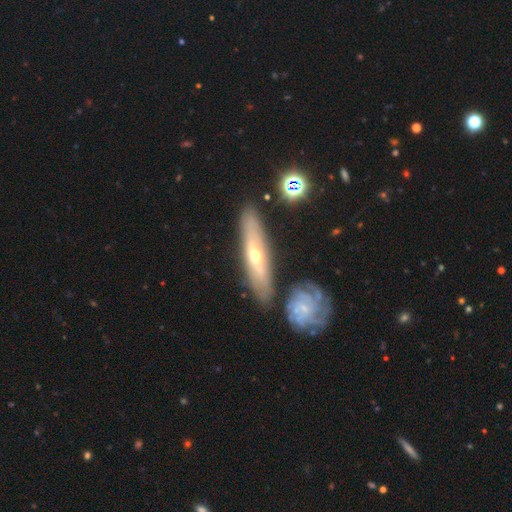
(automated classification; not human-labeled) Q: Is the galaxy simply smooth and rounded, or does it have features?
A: featured or disk — 63%.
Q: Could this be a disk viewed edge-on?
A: yes — 54%.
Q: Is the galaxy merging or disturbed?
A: none — 81%.